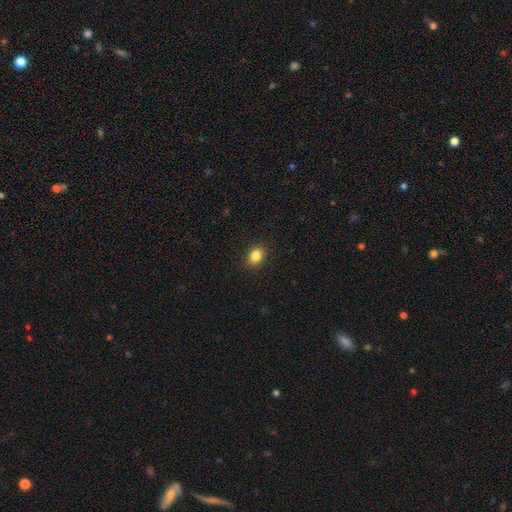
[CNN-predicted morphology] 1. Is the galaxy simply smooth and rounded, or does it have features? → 85% smooth, 10% star or artifact, 5% featured or disk.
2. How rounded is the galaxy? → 55% in between, 44% round, 1% cigar-shaped.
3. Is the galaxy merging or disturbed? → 90% none, 8% minor disturbance, 2% major disturbance, 1% merger.